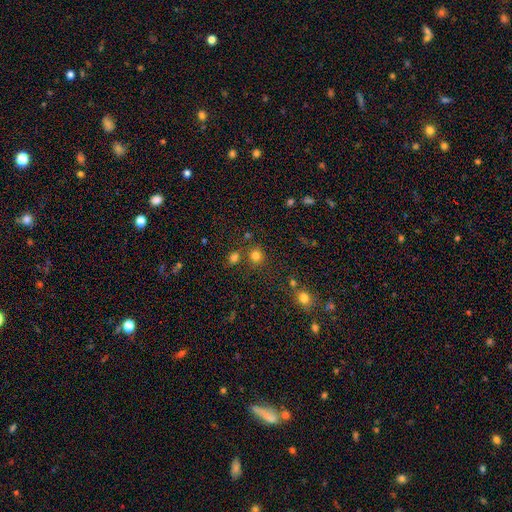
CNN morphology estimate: Smooth or featured: smooth — 78% (star or artifact — 16%)
How rounded: round — 83% (in between — 16%)
Merging: none — 73% (merger — 14%)